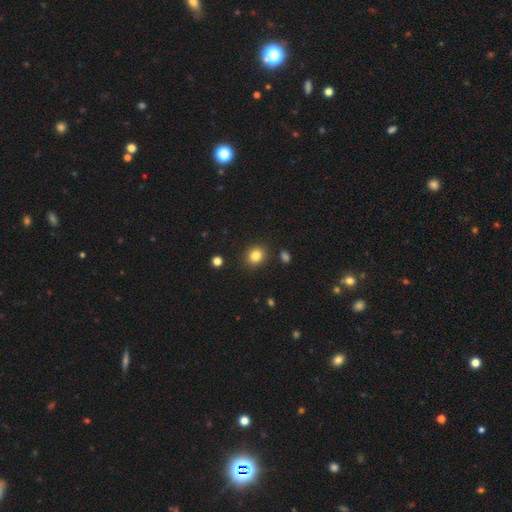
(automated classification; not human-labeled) Smooth or featured? smooth (83%)
How rounded? round (71%)
Merging? none (88%)